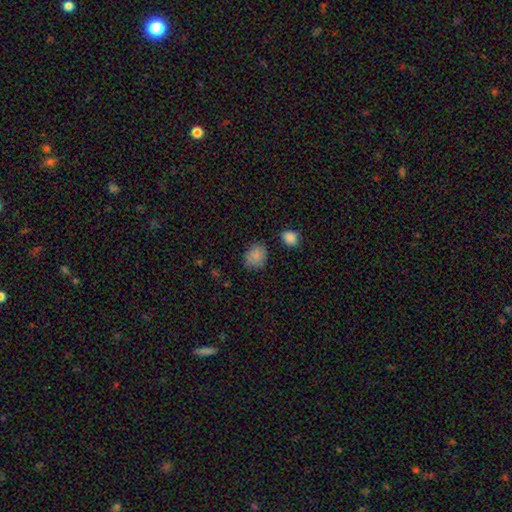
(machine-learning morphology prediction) smooth_or_featured: smooth (p=0.83) [alt: star or artifact p=0.11]
how_rounded: round (p=0.53) [alt: in between p=0.46]
merging: none (p=0.74) [alt: minor disturbance p=0.18]